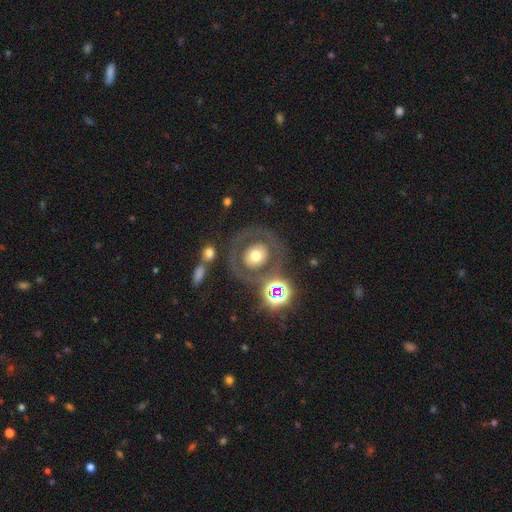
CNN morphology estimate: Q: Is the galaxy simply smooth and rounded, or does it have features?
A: featured or disk — 46%.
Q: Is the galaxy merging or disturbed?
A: none — 72%.